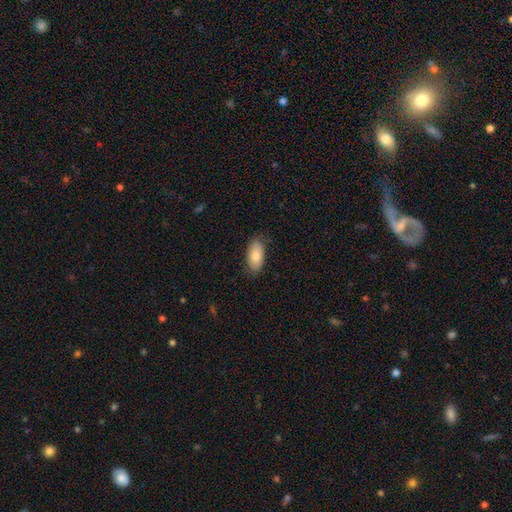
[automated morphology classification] Smooth or featured: smooth — 79% (featured or disk — 14%)
How rounded: in between — 93% (cigar-shaped — 4%)
Merging: none — 82% (minor disturbance — 14%)